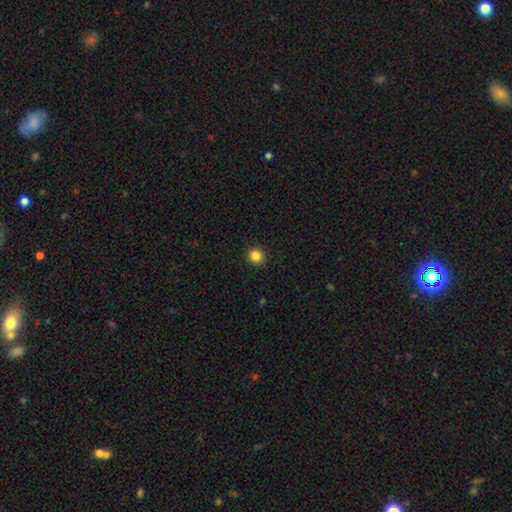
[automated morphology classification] smooth-or-featured: smooth: 85% | star or artifact: 11% | featured or disk: 4%
  how-rounded: round: 89% | in between: 10% | cigar-shaped: 1%
  merging: none: 93% | minor disturbance: 5% | major disturbance: 2% | merger: 1%